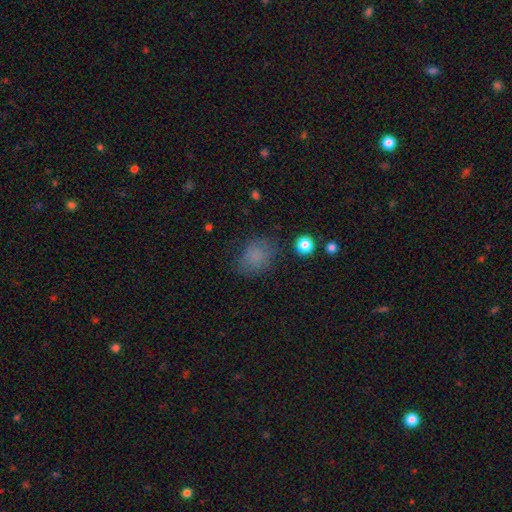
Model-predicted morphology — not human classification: Smooth or featured: smooth — 77% (star or artifact — 15%)
How rounded: in between — 51% (round — 48%)
Merging: none — 70% (minor disturbance — 20%)